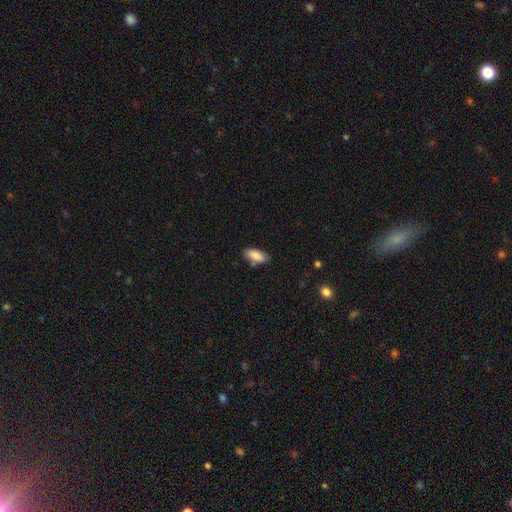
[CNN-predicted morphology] A smooth galaxy with no disk features (86%) that is in between round and cigar-shaped (86%).

Vote fractions:
- Smooth or featured? smooth: 86% / featured or disk: 8% / star or artifact: 7%
- How rounded? in between: 86% / cigar-shaped: 12% / round: 2%
- Merging? none: 75% / minor disturbance: 18% / merger: 4% / major disturbance: 3%